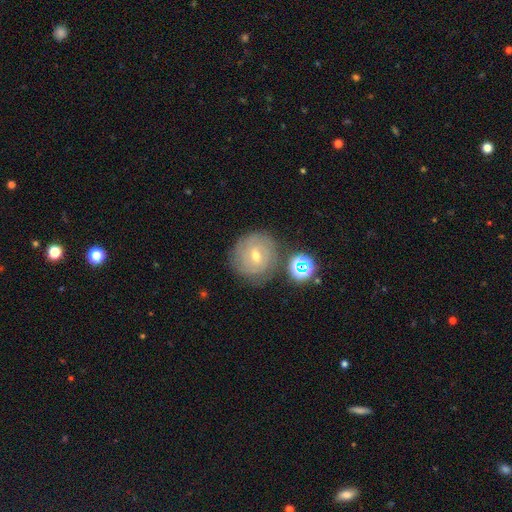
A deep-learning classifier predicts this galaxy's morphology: A featured or disk galaxy (60%) with no bar (52%), spiral arms (82%) and a small central bulge (52%).

Vote fractions:
- Smooth or featured? featured or disk: 60% / smooth: 26% / star or artifact: 14%
- Edge-on disk? no: 96% / yes: 4%
- Bar? no: 52% / weak: 38% / strong: 10%
- Spiral arms? yes: 82% / no: 18%
- Bulge size? small: 52% / moderate: 45% / large: 1% / none: 1% / dominant: 1%
- Merging? none: 78% / minor disturbance: 12% / merger: 6% / major disturbance: 4%